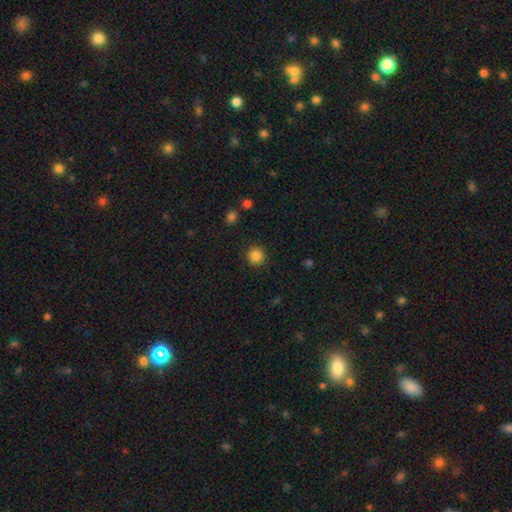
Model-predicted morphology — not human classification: Q: Smooth or featured?
A: smooth (86%); runner-up: star or artifact (11%)
Q: How rounded?
A: round (94%); runner-up: in between (5%)
Q: Merging?
A: none (91%); runner-up: minor disturbance (6%)